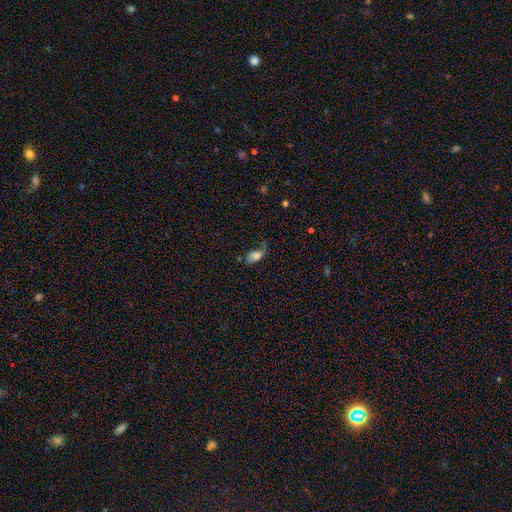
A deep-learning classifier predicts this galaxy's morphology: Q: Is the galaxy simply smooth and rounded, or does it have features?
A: smooth — 66%.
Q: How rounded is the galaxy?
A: in between — 89%.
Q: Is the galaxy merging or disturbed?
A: none — 39%.